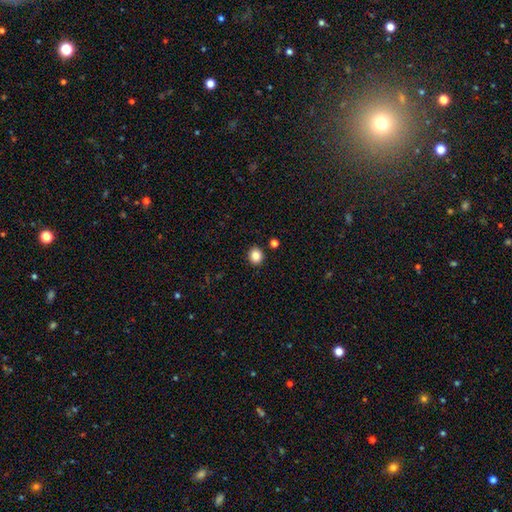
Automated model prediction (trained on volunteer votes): smooth-or-featured: smooth: 85% | star or artifact: 10% | featured or disk: 4%
  how-rounded: round: 80% | in between: 20% | cigar-shaped: 1%
  merging: none: 90% | minor disturbance: 6% | merger: 3% | major disturbance: 2%